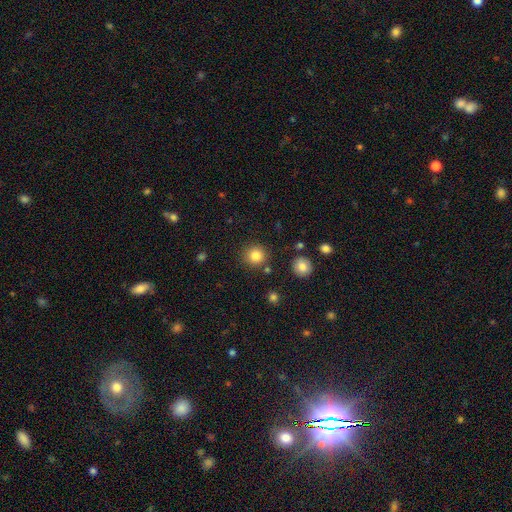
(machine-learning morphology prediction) Smooth or featured? smooth (84%)
How rounded? round (93%)
Merging? none (86%)